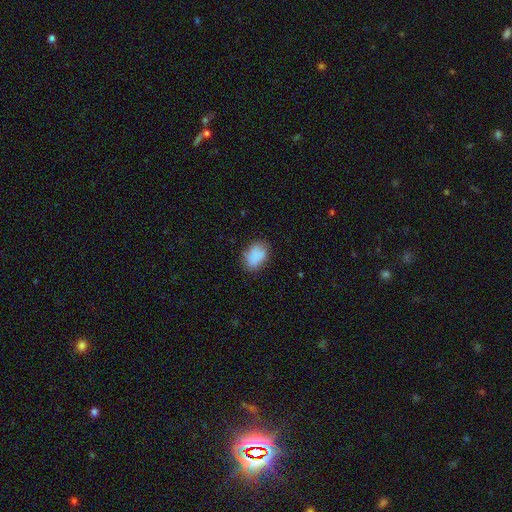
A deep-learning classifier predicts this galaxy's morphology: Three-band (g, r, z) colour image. It shows a smooth galaxy with no disk features (83%) that is in between round and cigar-shaped (81%). Merging: none (68%).